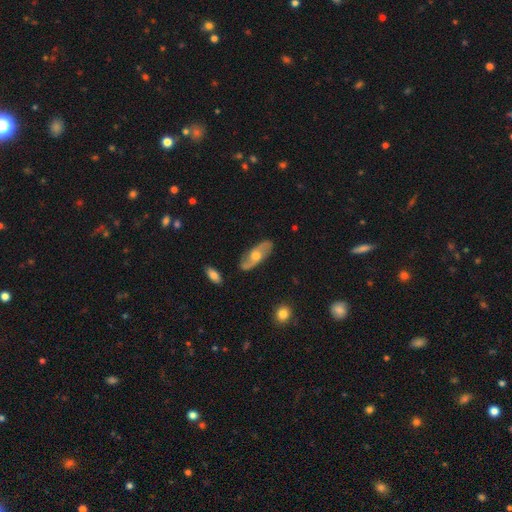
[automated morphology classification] smooth_or_featured: featured or disk (p=0.66) [alt: smooth p=0.28]
disk_edge_on: no (p=0.83) [alt: yes p=0.17]
bar: no (p=0.65) [alt: weak p=0.28]
has_spiral_arms: yes (p=0.84) [alt: no p=0.16]
bulge_size: moderate (p=0.71) [alt: small p=0.19]
merging: none (p=0.82) [alt: minor disturbance p=0.13]